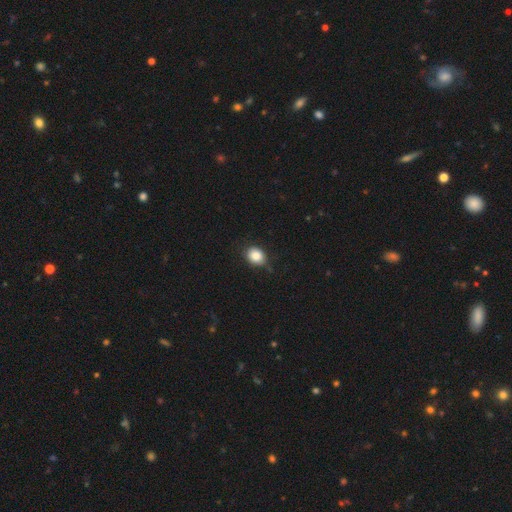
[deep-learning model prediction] The model was most divided on "how rounded": round: 57%, in between: 42%, cigar-shaped: 1%. More confident: smooth or featured — smooth (85%); merging — none (76%).